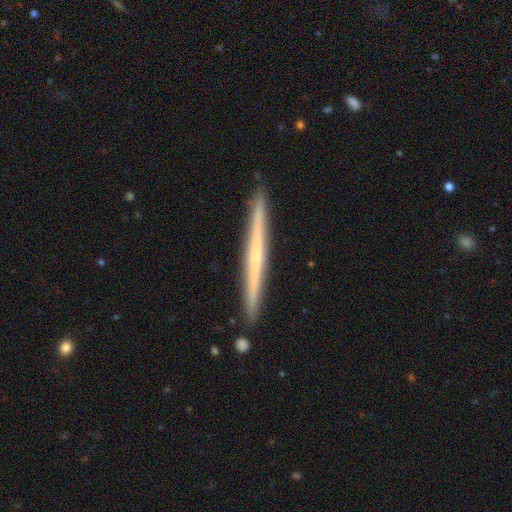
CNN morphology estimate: A featured or disk galaxy (59%) viewed edge-on (98%) with no central bulge (83%). Merging: none (92%).